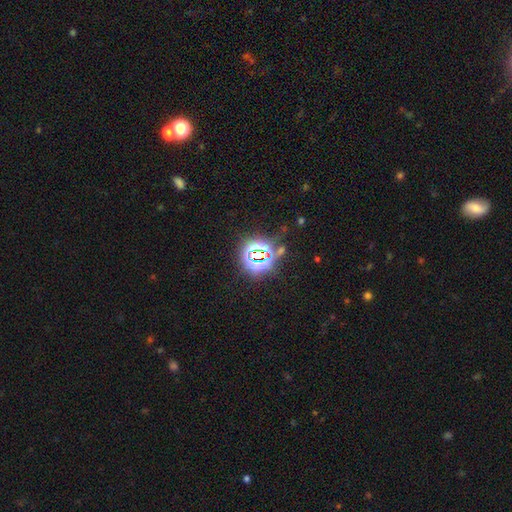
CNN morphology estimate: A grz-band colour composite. It shows a star or artifact, not a galaxy (76%).